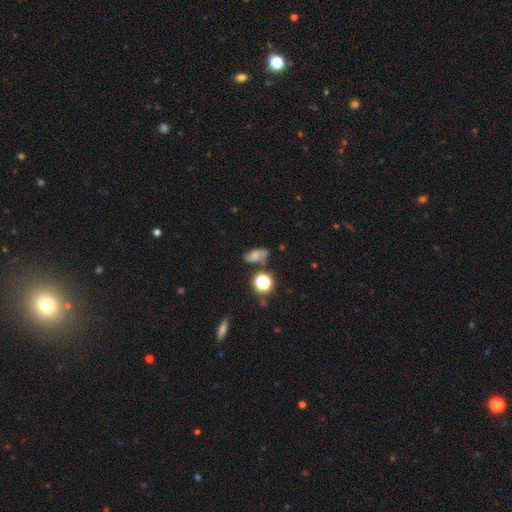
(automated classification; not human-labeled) Smooth or featured?
  - smooth: 56% *
  - featured or disk: 25%
  - star or artifact: 19%
How rounded?
  - in between: 77% *
  - round: 16%
  - cigar-shaped: 7%
Merging?
  - none: 65% *
  - minor disturbance: 21%
  - merger: 7%
  - major disturbance: 6%